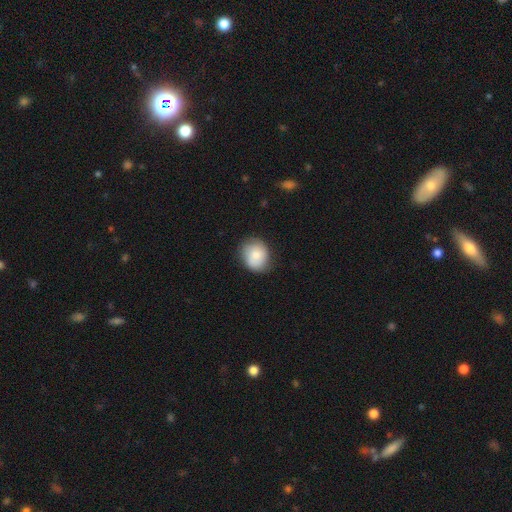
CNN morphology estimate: type=smooth (77%); roundness=round (65%); merging=none (79%).